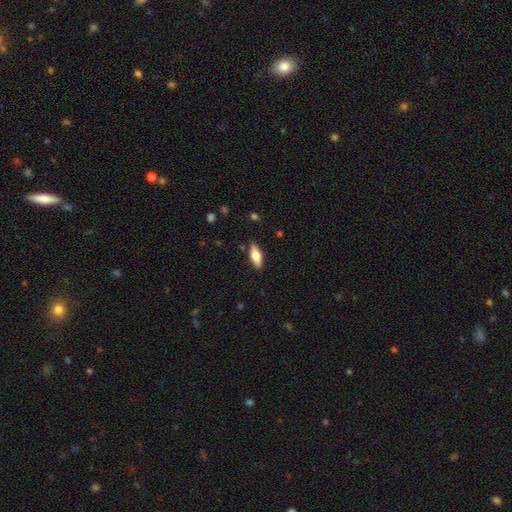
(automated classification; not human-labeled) A smooth galaxy with no disk features (67%) that is in between round and cigar-shaped (71%).

Vote fractions:
- Smooth or featured? smooth: 67% / featured or disk: 27% / star or artifact: 6%
- How rounded? in between: 71% / cigar-shaped: 26% / round: 2%
- Merging? none: 86% / minor disturbance: 10% / major disturbance: 2% / merger: 1%